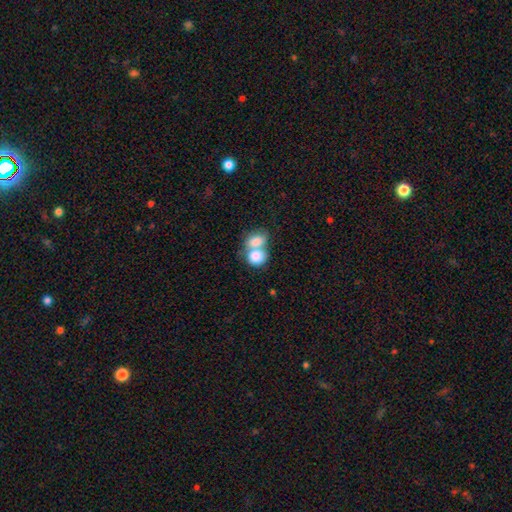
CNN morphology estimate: type=smooth (79%); roundness=in between (50%); merging=merger (72%).